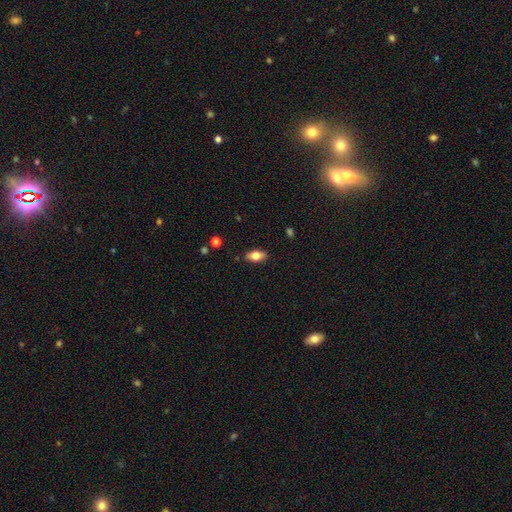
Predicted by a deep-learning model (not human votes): This is likely a smooth galaxy (76%). How rounded: clearly in between (88%). Merging: clearly none (86%).